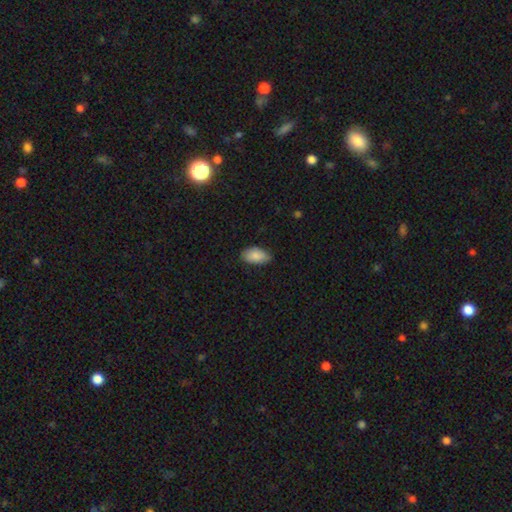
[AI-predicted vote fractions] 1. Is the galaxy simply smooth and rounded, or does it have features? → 86% smooth, 7% featured or disk, 7% star or artifact.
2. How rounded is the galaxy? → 94% in between, 4% round, 2% cigar-shaped.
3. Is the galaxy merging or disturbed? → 75% none, 21% minor disturbance, 3% major disturbance, 1% merger.